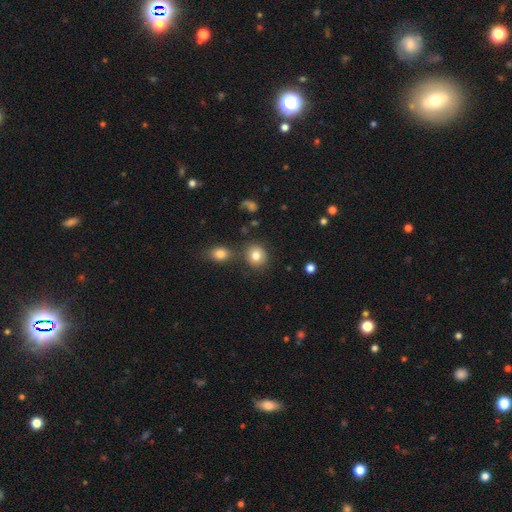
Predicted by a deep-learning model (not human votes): Smooth or featured? smooth (81%)
How rounded? round (81%)
Merging? none (78%)